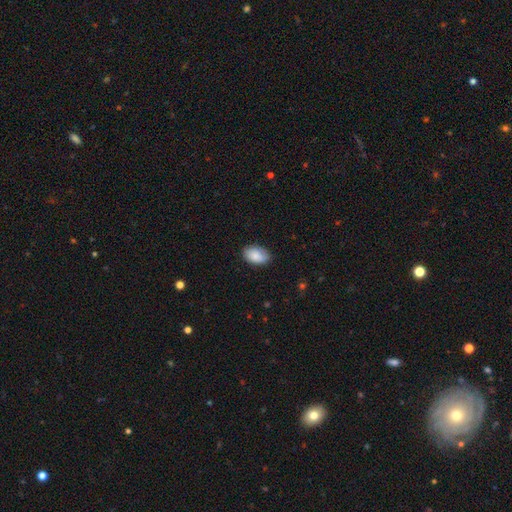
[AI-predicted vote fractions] A smooth galaxy with no disk features (86%) that is in between round and cigar-shaped (91%).

Vote fractions:
- Smooth or featured? smooth: 86% / featured or disk: 8% / star or artifact: 6%
- How rounded? in between: 91% / round: 8% / cigar-shaped: 1%
- Merging? none: 81% / minor disturbance: 16% / major disturbance: 3% / merger: 1%